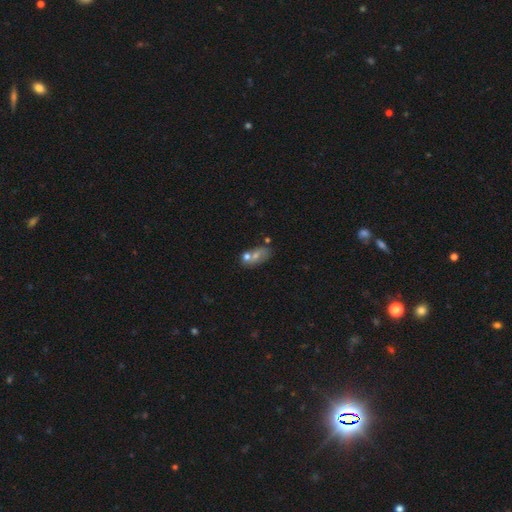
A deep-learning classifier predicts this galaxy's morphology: This is possibly a smooth galaxy (54%). How rounded: likely in between (76%). Merging: possibly none (47%).